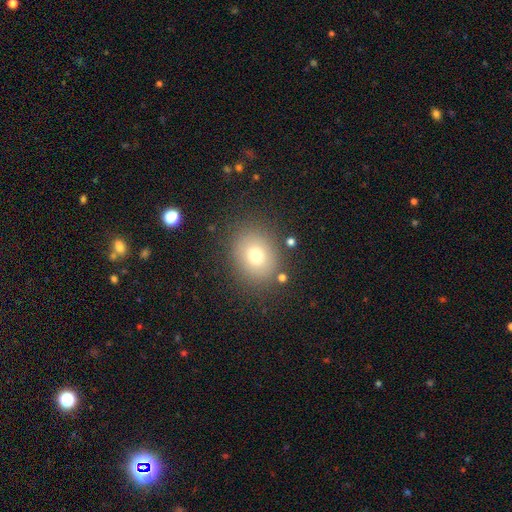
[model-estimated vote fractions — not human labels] Smooth or featured? Predicted: smooth (p=0.73). How rounded? Predicted: round (p=0.58). Merging? Predicted: none (p=0.83).